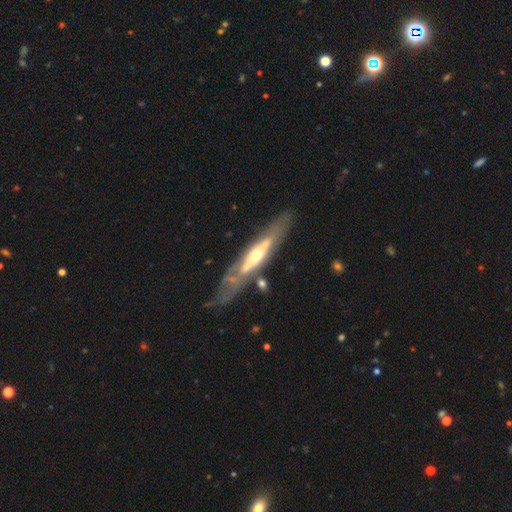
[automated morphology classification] smooth_or_featured: featured or disk (p=0.73) [alt: smooth p=0.22]
disk_edge_on: yes (p=0.52) [alt: no p=0.48]
merging: none (p=0.64) [alt: minor disturbance p=0.19]